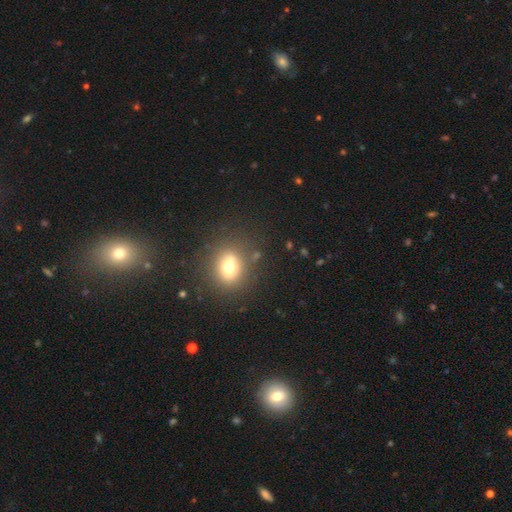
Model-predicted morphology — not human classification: type=smooth (66%); roundness=round (62%); merging=none (78%).